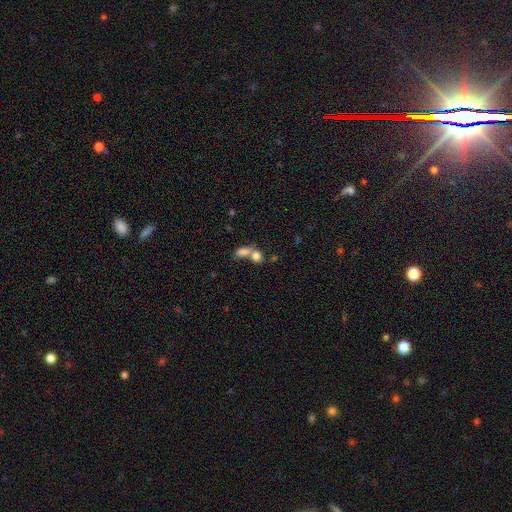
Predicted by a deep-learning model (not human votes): A smooth galaxy with no disk features (79%) that is in between round and cigar-shaped (53%).

Vote fractions:
- Smooth or featured? smooth: 79% / featured or disk: 11% / star or artifact: 10%
- How rounded? in between: 53% / round: 45% / cigar-shaped: 2%
- Merging? merger: 63% / none: 26% / minor disturbance: 7% / major disturbance: 5%